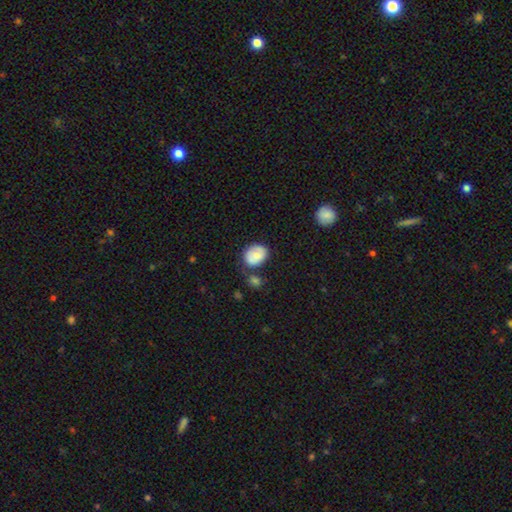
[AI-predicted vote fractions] A smooth galaxy with no disk features (72%) that is in between round and cigar-shaped (52%).

Vote fractions:
- Smooth or featured? smooth: 72% / featured or disk: 21% / star or artifact: 7%
- How rounded? in between: 52% / round: 47% / cigar-shaped: 1%
- Merging? none: 55% / minor disturbance: 26% / merger: 12% / major disturbance: 8%